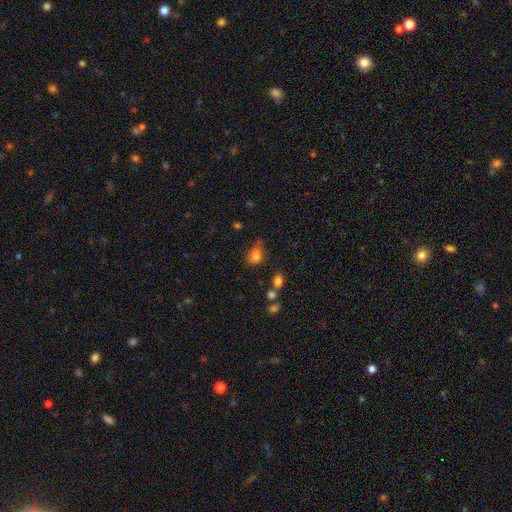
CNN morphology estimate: Q: Smooth or featured?
A: smooth (78%); runner-up: star or artifact (12%)
Q: How rounded?
A: in between (52%); runner-up: round (46%)
Q: Merging?
A: none (38%); runner-up: minor disturbance (35%)